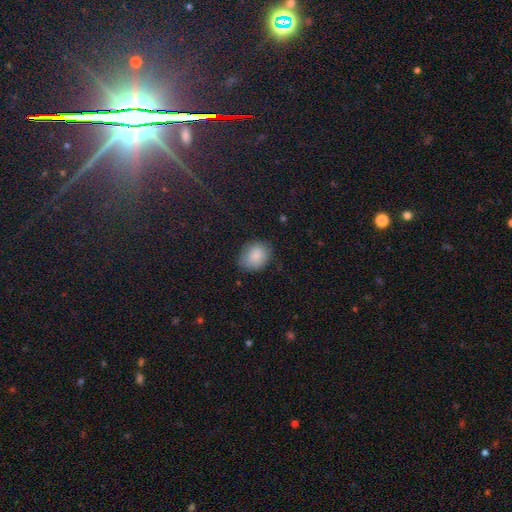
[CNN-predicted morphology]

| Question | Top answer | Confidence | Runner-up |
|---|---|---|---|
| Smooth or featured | smooth | 85% | star or artifact (8%) |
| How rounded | in between | 55% | round (44%) |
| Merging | none | 75% | minor disturbance (19%) |